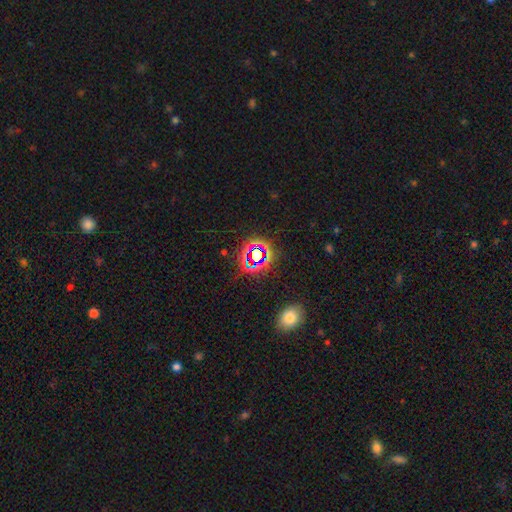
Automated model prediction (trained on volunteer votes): Smooth or featured? Predicted: star or artifact (p=0.71).